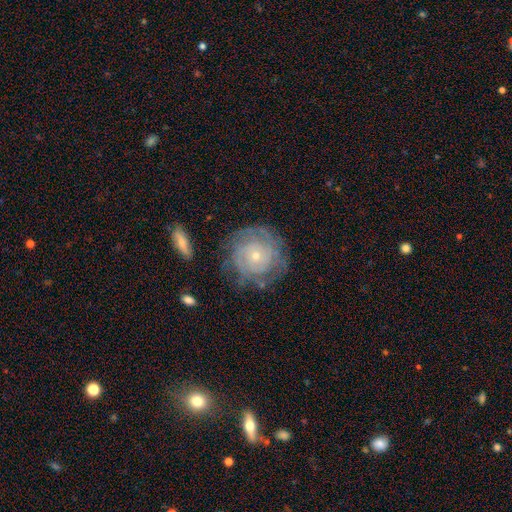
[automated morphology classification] Smooth or featured? Predicted: featured or disk (p=0.68). Edge-on disk? Predicted: no (p=0.97). Bar? Predicted: no (p=0.84). Spiral arms? Predicted: yes (p=0.79). Spiral winding? Predicted: tight (p=0.75). Spiral arm count? Predicted: can't tell (p=0.53). Bulge size? Predicted: small (p=0.74). Merging? Predicted: none (p=0.71).